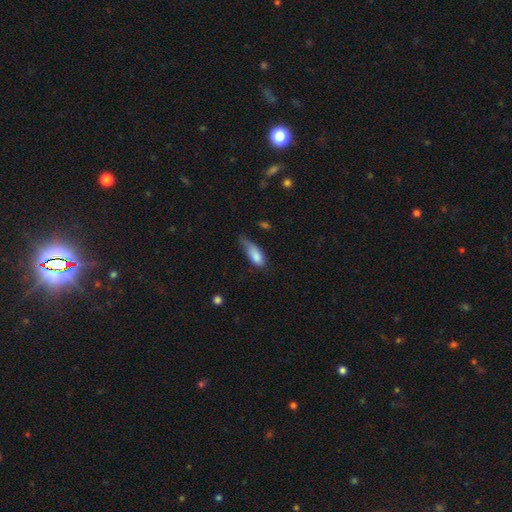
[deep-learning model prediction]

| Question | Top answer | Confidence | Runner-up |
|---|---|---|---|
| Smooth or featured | smooth | 83% | featured or disk (10%) |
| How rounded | in between | 76% | cigar-shaped (21%) |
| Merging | minor disturbance | 47% | none (28%) |